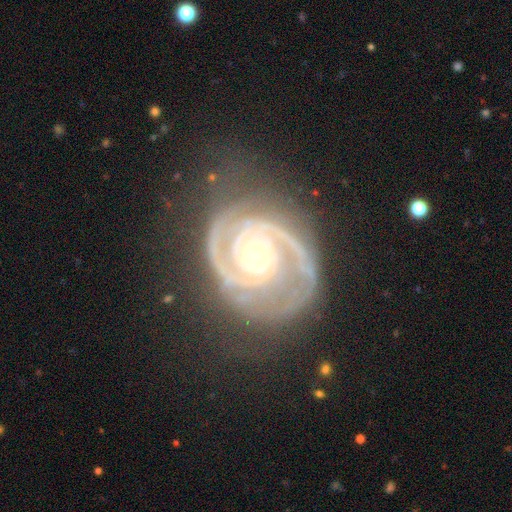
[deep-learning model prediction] Overall: featured or disk (91%). Edge-on disk: no (97%). Bar: no (76%). Spiral arms: yes (98%). Spiral arm count: 2 (69%). Spiral winding: tight (74%). Bulge size: moderate (50%; small 45%). Merging: none (70%).